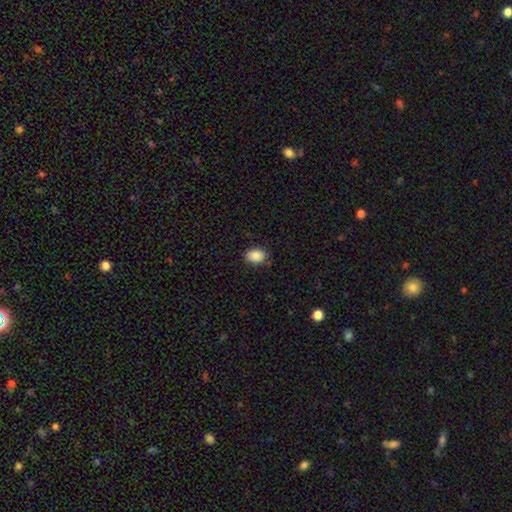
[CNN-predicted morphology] smooth-or-featured: smooth: 88% | star or artifact: 8% | featured or disk: 4%
  how-rounded: in between: 73% | round: 26% | cigar-shaped: 1%
  merging: none: 84% | minor disturbance: 13% | major disturbance: 2% | merger: 1%